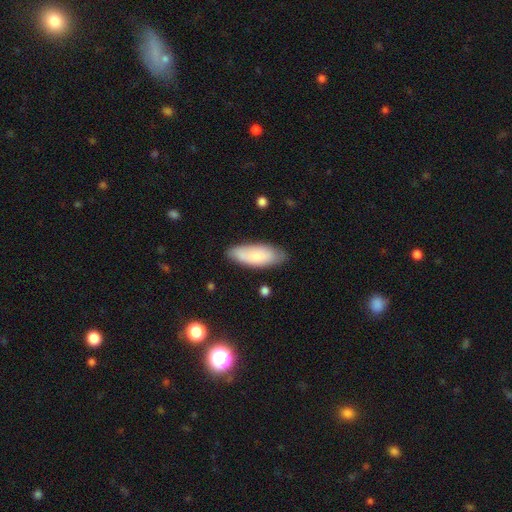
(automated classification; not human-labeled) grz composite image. It shows a smooth galaxy with no disk features (73%) that is in between round and cigar-shaped (77%). Merging: none (76%).